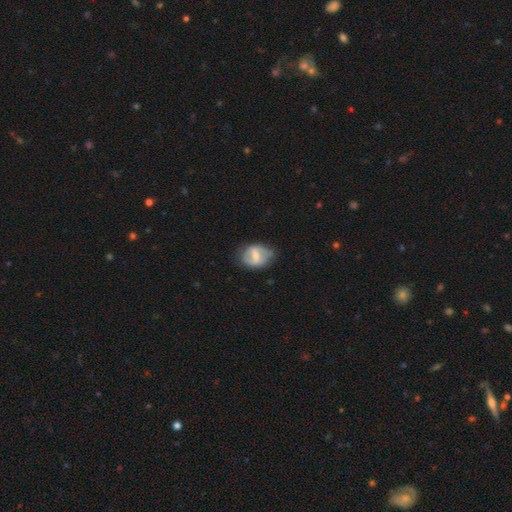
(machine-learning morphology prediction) This is possibly a featured or disk galaxy (56%). It is clearly not viewed edge-on (96%). Bar: possibly strong (48%). Spiral arm pattern: possibly yes (50%, tied with no). Central bulge: marginally moderate (41%). Merging: likely none (64%).